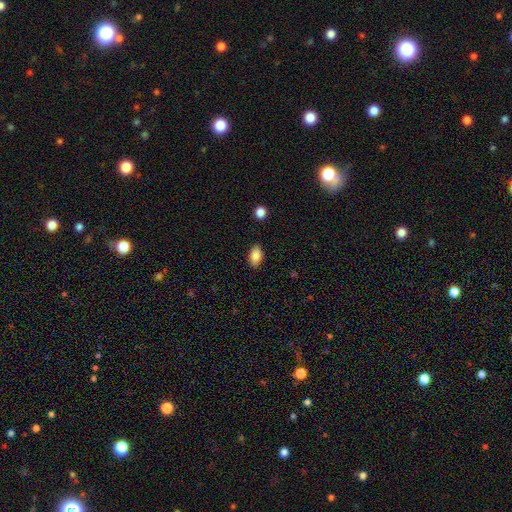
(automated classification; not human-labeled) Smooth or featured: smooth — 87% (star or artifact — 8%)
How rounded: in between — 90% (round — 6%)
Merging: none — 86% (minor disturbance — 10%)